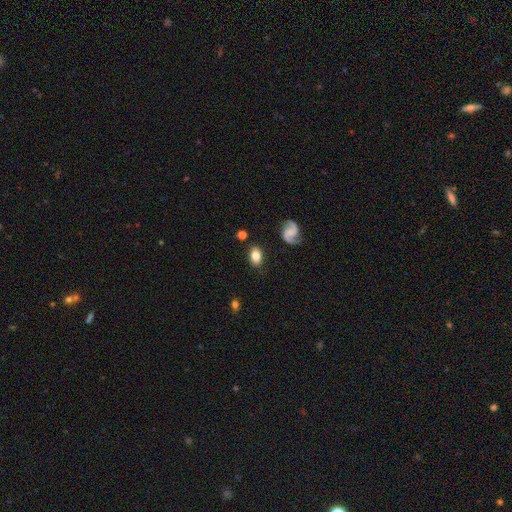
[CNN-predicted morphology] Smooth or featured: smooth — 71% (featured or disk — 21%)
How rounded: in between — 79% (round — 19%)
Merging: none — 80% (minor disturbance — 13%)